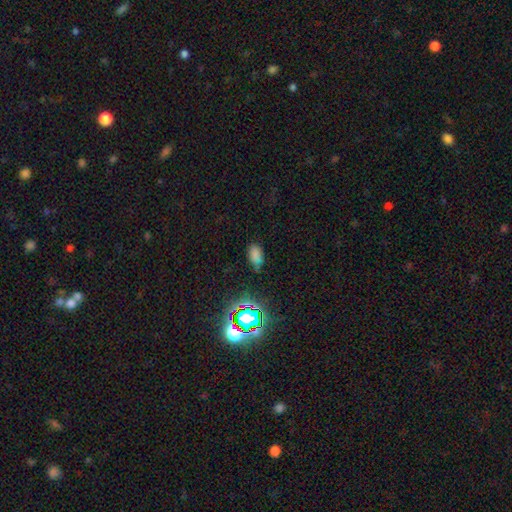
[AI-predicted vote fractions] The model was most divided on "smooth or featured": smooth: 69%, star or artifact: 23%, featured or disk: 8%. More confident: how rounded — in between (91%); merging — none (69%).